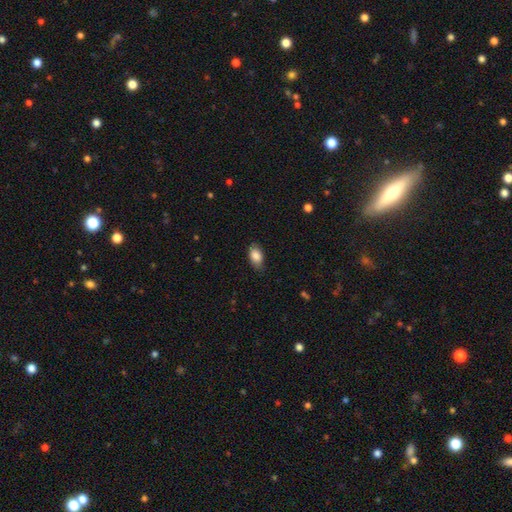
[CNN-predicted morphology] This is clearly a smooth galaxy (86%). How rounded: clearly in between (91%). Merging: likely none (79%).